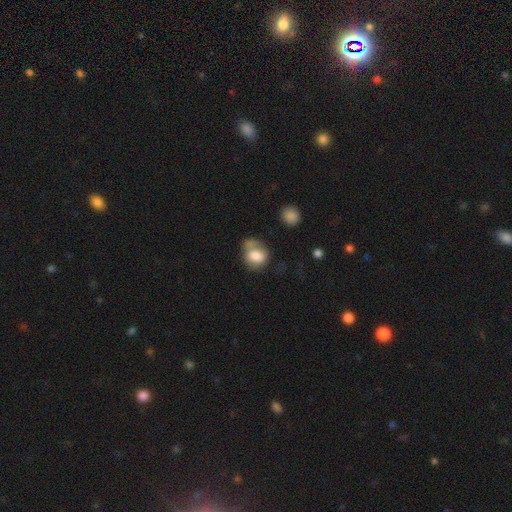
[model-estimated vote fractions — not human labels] Morphology: type=smooth (76%); roundness=round (55%); merging=none (37%).